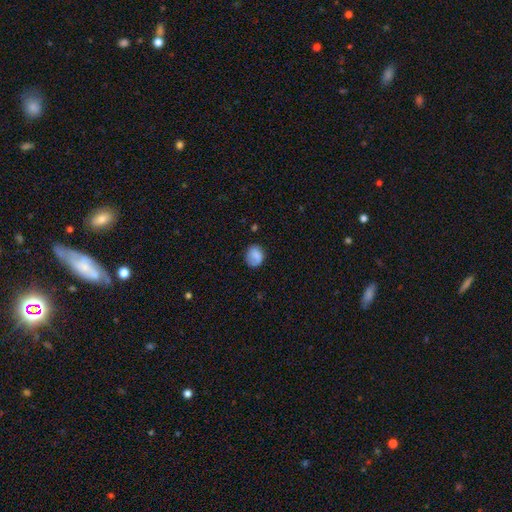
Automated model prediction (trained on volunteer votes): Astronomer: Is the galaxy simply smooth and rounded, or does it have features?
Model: smooth — 78%.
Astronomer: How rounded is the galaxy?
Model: round — 62%.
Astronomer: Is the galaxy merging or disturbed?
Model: none — 70%.